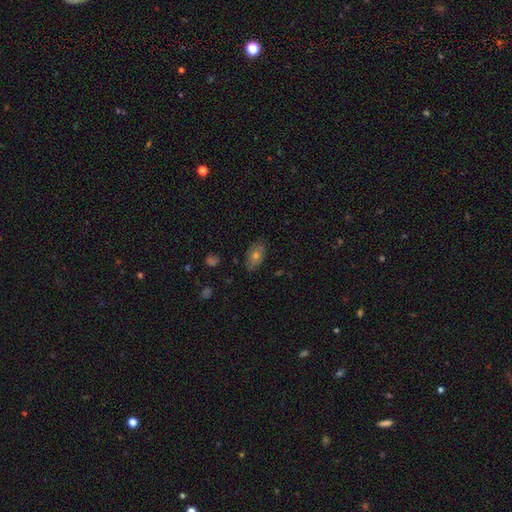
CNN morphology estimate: Smooth or featured?
  - smooth: 62% *
  - featured or disk: 22%
  - star or artifact: 15%
How rounded?
  - in between: 87% *
  - round: 9%
  - cigar-shaped: 4%
Merging?
  - none: 82% *
  - minor disturbance: 14%
  - major disturbance: 3%
  - merger: 1%